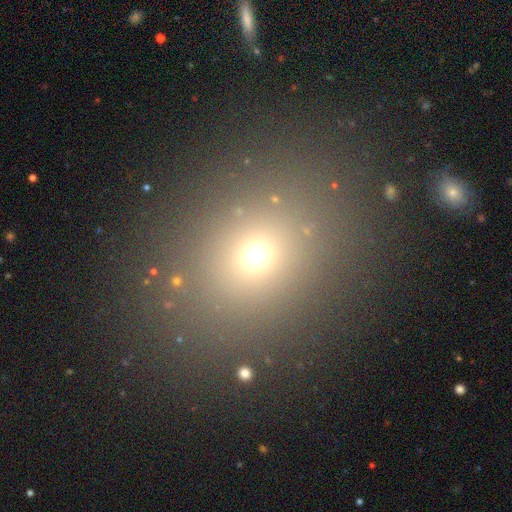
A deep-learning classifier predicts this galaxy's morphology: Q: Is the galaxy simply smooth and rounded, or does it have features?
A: smooth — 65%.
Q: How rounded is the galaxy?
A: round — 56%.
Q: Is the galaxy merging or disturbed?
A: none — 85%.